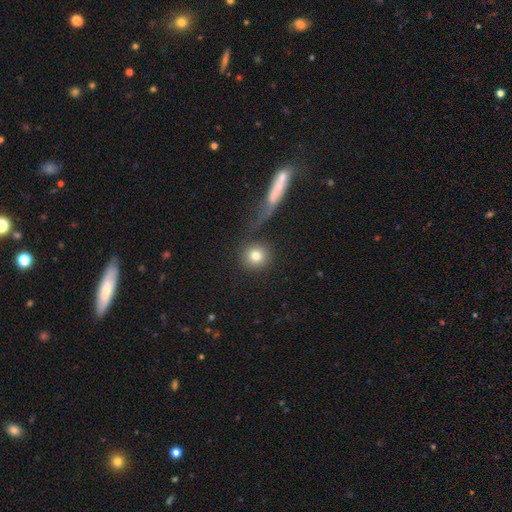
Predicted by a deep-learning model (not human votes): Smooth or featured?
  - smooth: 81% *
  - star or artifact: 10%
  - featured or disk: 10%
How rounded?
  - round: 93% *
  - in between: 5%
  - cigar-shaped: 1%
Merging?
  - none: 77% *
  - merger: 9%
  - minor disturbance: 8%
  - major disturbance: 6%